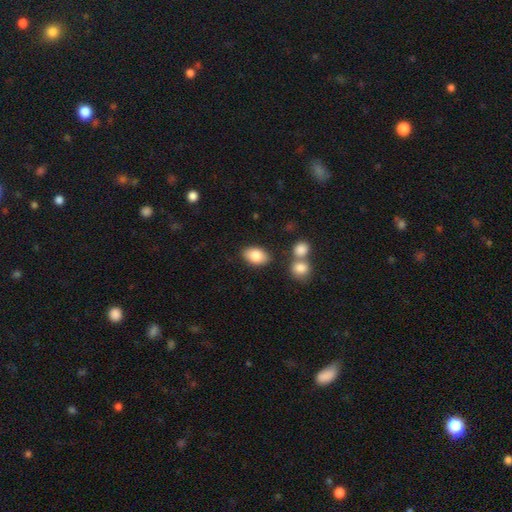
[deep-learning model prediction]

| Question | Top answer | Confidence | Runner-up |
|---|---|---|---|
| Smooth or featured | smooth | 84% | featured or disk (9%) |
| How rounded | in between | 88% | round (10%) |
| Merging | none | 78% | minor disturbance (11%) |